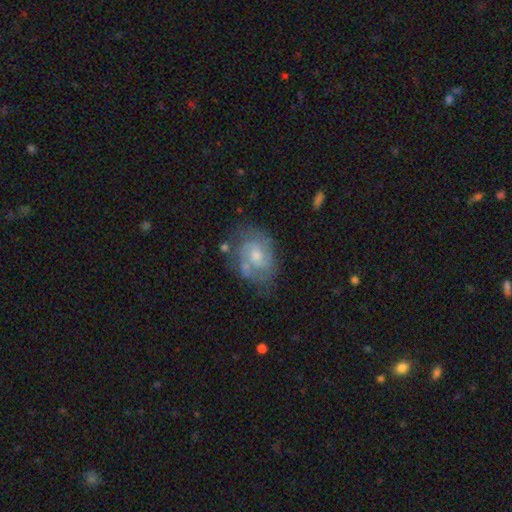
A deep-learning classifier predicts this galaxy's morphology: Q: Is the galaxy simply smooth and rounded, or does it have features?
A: featured or disk — 78%.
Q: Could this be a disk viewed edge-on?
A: no — 97%.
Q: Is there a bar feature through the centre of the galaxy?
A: no — 58%.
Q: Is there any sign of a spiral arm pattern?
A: yes — 92%.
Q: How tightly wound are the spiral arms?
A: tight — 45%.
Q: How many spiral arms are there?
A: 2 — 62%.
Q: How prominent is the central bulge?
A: moderate — 48%.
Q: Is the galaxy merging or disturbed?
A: none — 67%.